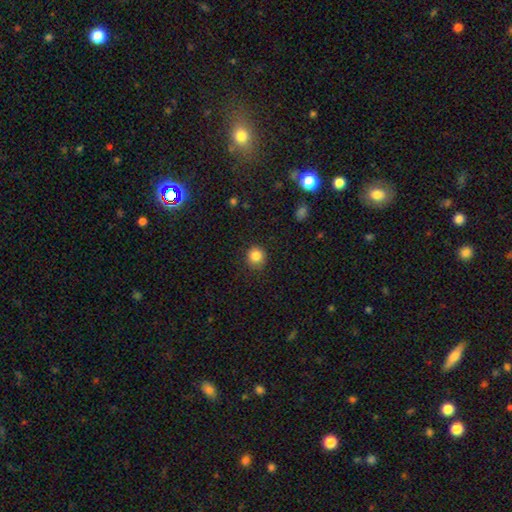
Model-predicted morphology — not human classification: This appears to be a smooth galaxy with no disk features (84%) that is round (88%). Merging: none (86%).